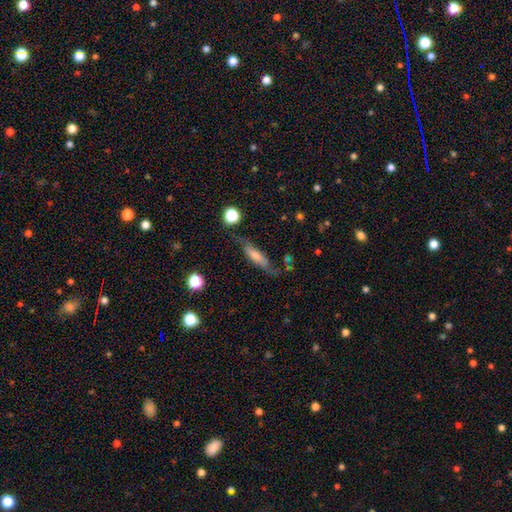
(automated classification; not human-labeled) smooth 61%, featured or disk 30%, star or artifact 8%. Down the decision tree: how rounded — cigar-shaped (62%); merging — none (63%).